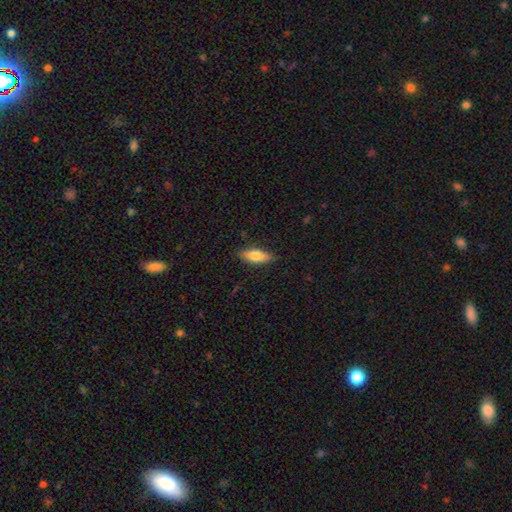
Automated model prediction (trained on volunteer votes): A smooth galaxy with no disk features (76%) that is in between round and cigar-shaped (64%). Merging: none (86%).